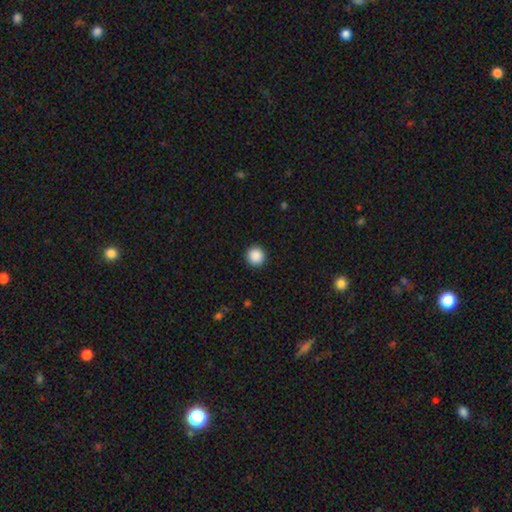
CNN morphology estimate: This is clearly a smooth galaxy (88%). How rounded: clearly round (96%). Merging: clearly none (93%).